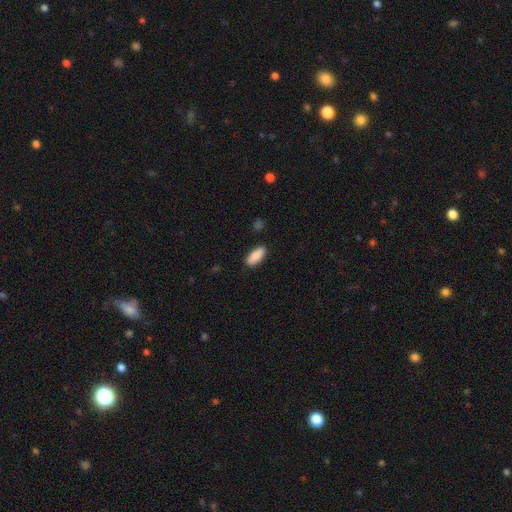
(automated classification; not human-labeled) A smooth galaxy with no disk features (88%) that is in between round and cigar-shaped (83%). Merging: none (86%).